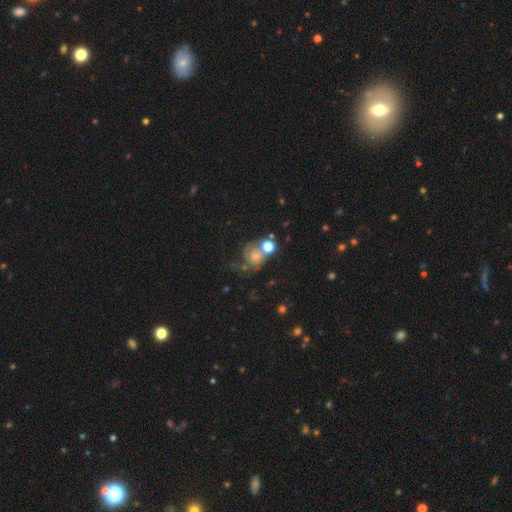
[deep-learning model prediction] Q: Smooth or featured?
A: featured or disk (43%); runner-up: smooth (42%)
Q: Merging?
A: none (32%); runner-up: merger (26%)